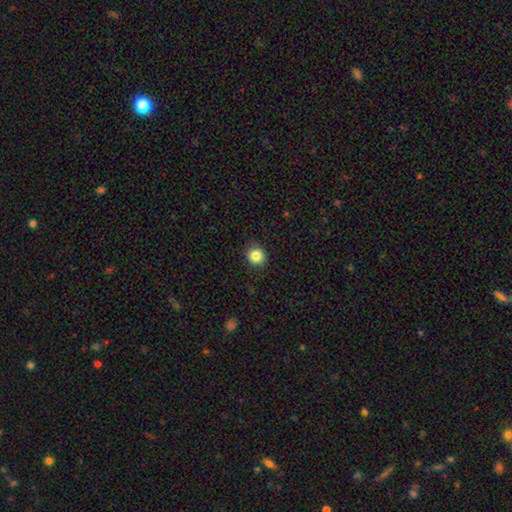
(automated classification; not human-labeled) A smooth galaxy with no disk features (85%) that is round (89%).

Vote fractions:
- Smooth or featured? smooth: 85% / star or artifact: 10% / featured or disk: 5%
- How rounded? round: 89% / in between: 10% / cigar-shaped: 1%
- Merging? none: 89% / minor disturbance: 8% / major disturbance: 2% / merger: 1%